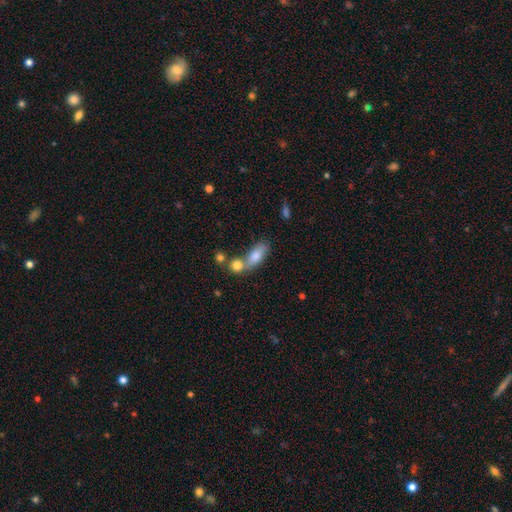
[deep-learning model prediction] Smooth or featured? smooth (77%)
How rounded? in between (73%)
Merging? merger (45%)